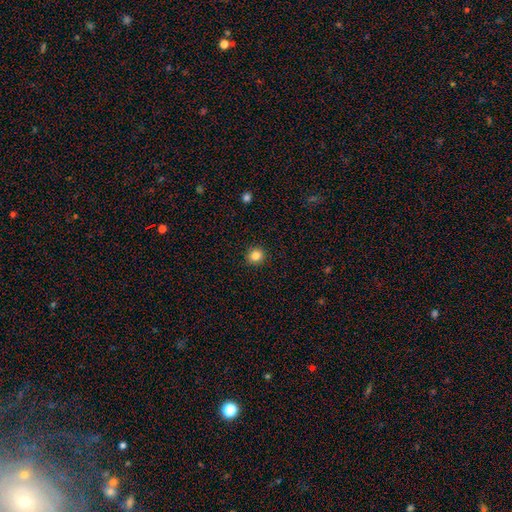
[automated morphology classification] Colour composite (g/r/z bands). It shows a smooth galaxy with no disk features (83%) that is round (90%). Merging: none (92%).